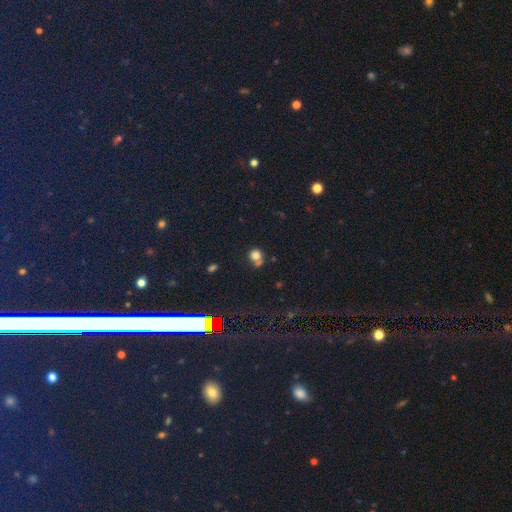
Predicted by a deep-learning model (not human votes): Morphology: type=smooth (76%); roundness=round (81%); merging=none (50%).